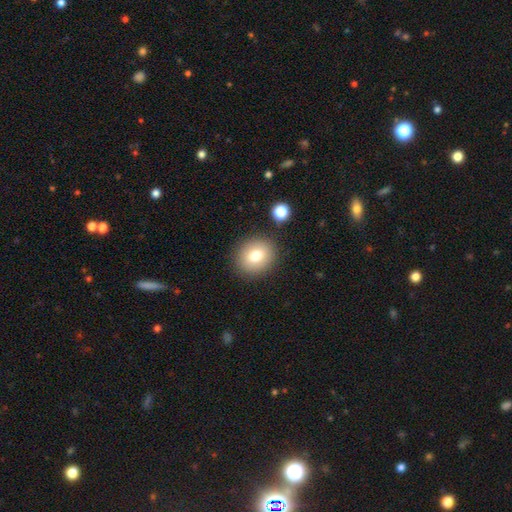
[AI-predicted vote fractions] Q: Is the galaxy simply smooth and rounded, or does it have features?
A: smooth — 79%.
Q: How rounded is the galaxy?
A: round — 76%.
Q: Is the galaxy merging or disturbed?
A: none — 86%.